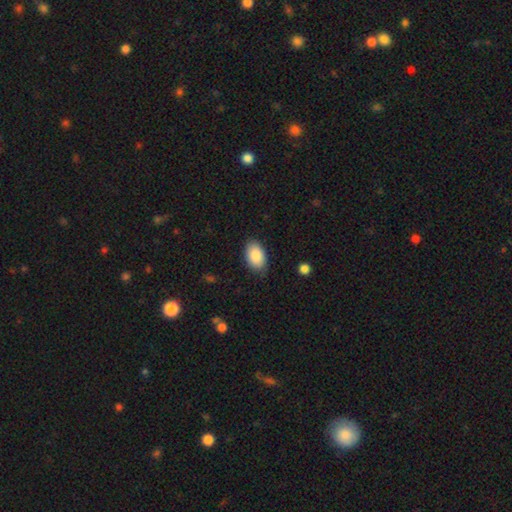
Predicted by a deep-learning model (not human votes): Smooth or featured? Predicted: smooth (p=0.88). How rounded? Predicted: in between (p=0.91). Merging? Predicted: none (p=0.83).